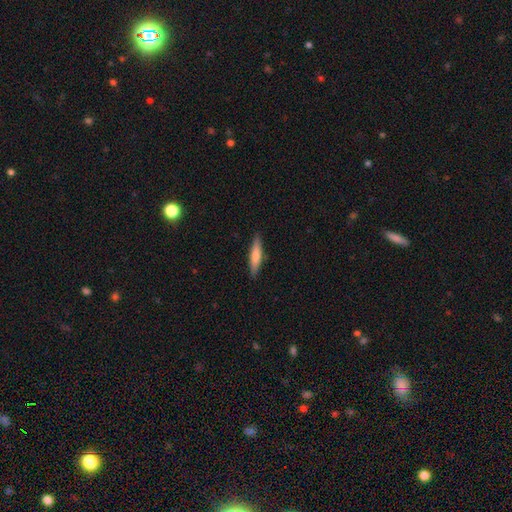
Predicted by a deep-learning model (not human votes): Smooth or featured: smooth — 73% (featured or disk — 22%)
How rounded: cigar-shaped — 82% (in between — 17%)
Merging: none — 89% (minor disturbance — 8%)